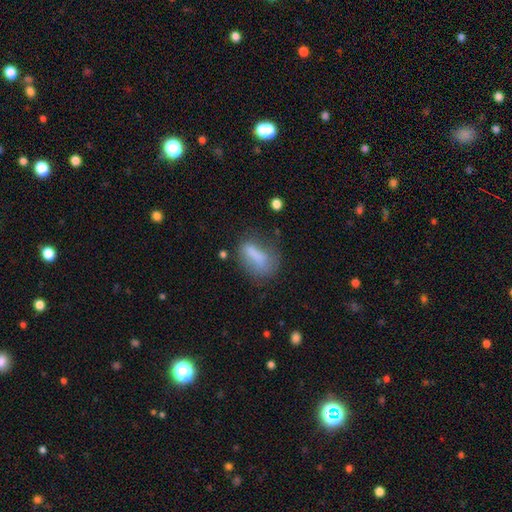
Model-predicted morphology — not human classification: Smooth or featured?
  - smooth: 71% *
  - featured or disk: 19%
  - star or artifact: 10%
How rounded?
  - in between: 69% *
  - cigar-shaped: 22%
  - round: 9%
Merging?
  - none: 44% *
  - minor disturbance: 27%
  - major disturbance: 22%
  - merger: 6%